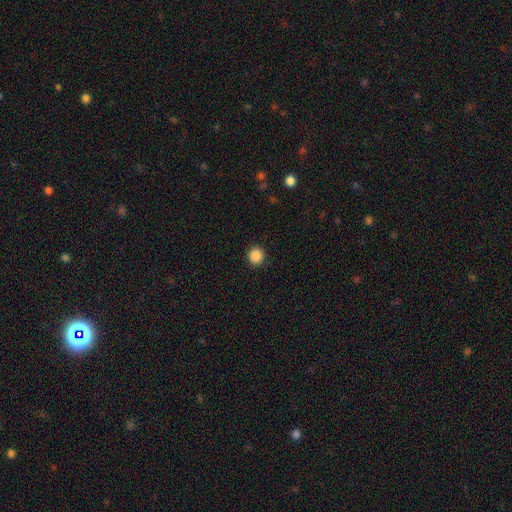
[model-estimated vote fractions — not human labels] A smooth galaxy with no disk features (87%) that is round (93%). Merging: none (92%).